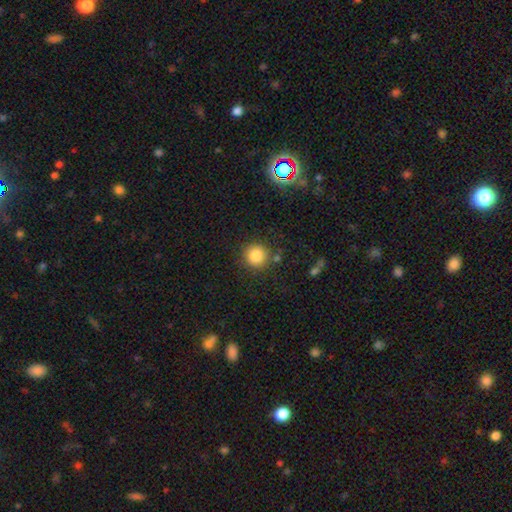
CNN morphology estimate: Smooth or featured?
  - smooth: 85% *
  - star or artifact: 10%
  - featured or disk: 4%
How rounded?
  - round: 92% *
  - in between: 7%
  - cigar-shaped: 1%
Merging?
  - none: 83% *
  - minor disturbance: 10%
  - merger: 4%
  - major disturbance: 4%